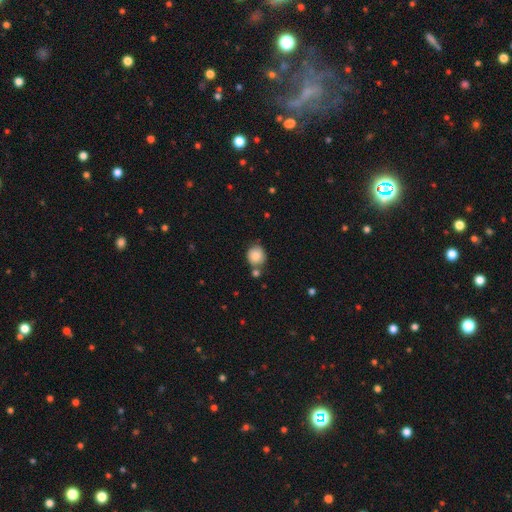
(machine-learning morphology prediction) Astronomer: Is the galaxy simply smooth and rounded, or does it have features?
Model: smooth — 82%.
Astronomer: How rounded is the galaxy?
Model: round — 84%.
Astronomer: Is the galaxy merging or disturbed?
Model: none — 63%.